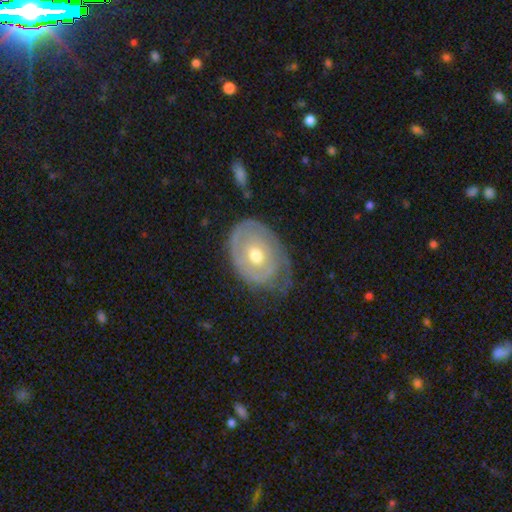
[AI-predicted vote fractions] Smooth or featured? Predicted: featured or disk (p=0.70). Edge-on disk? Predicted: no (p=0.95). Bar? Predicted: no (p=0.83). Spiral arms? Predicted: yes (p=0.68). Bulge size? Predicted: moderate (p=0.69). Merging? Predicted: none (p=0.57).